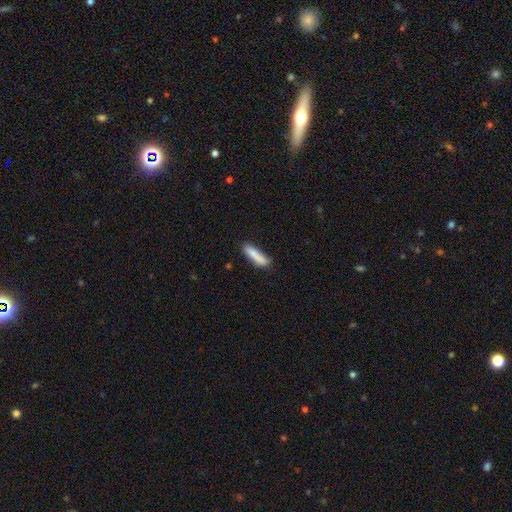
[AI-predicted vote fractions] Q: Smooth or featured?
A: smooth (83%); runner-up: featured or disk (11%)
Q: How rounded?
A: cigar-shaped (78%); runner-up: in between (20%)
Q: Merging?
A: none (76%); runner-up: minor disturbance (18%)